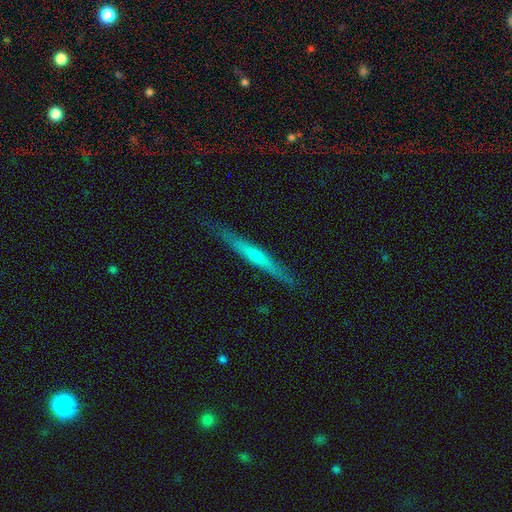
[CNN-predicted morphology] This appears to be a featured or disk galaxy (72%) viewed edge-on (97%) with a rounded central bulge (65%). Merging: none (89%).